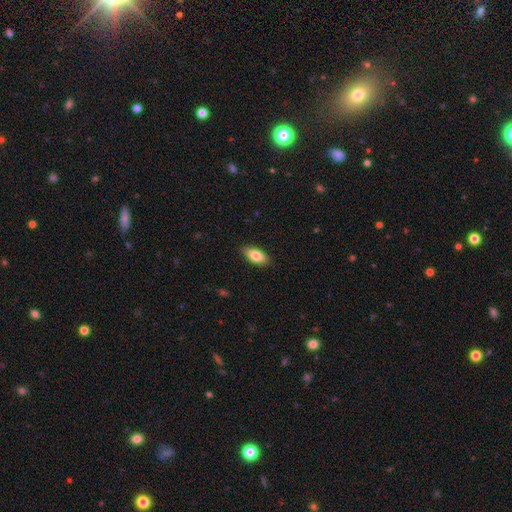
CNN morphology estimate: smooth 82%, featured or disk 11%, star or artifact 7%. Down the decision tree: how rounded — in between (88%); merging — none (87%).